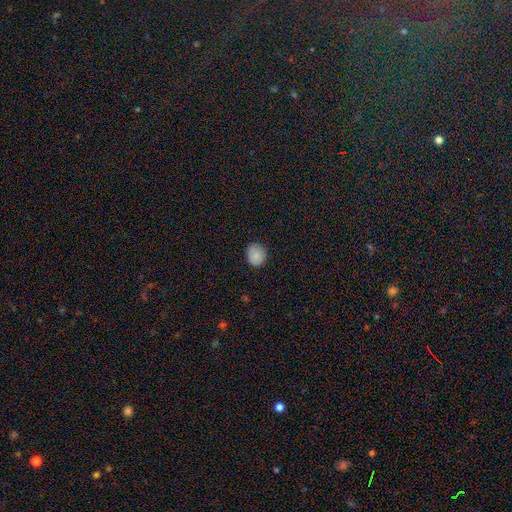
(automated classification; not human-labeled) smooth-or-featured: smooth: 86% | star or artifact: 9% | featured or disk: 5%
  how-rounded: round: 77% | in between: 22% | cigar-shaped: 1%
  merging: none: 84% | minor disturbance: 13% | major disturbance: 2% | merger: 1%